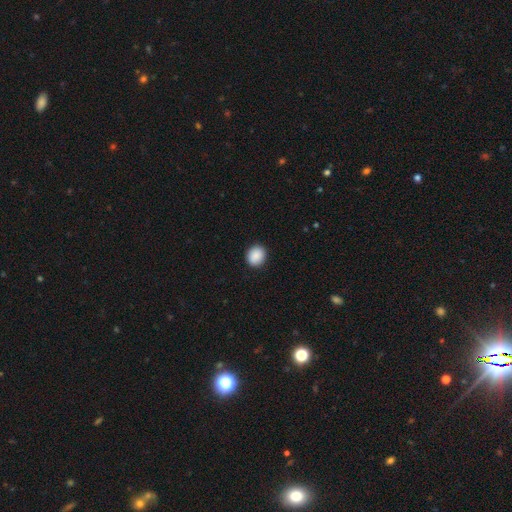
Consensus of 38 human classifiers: Smooth or featured? 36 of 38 (95%) said smooth. How rounded? 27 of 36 (75%) said round. Merging? 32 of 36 (89%) said none.